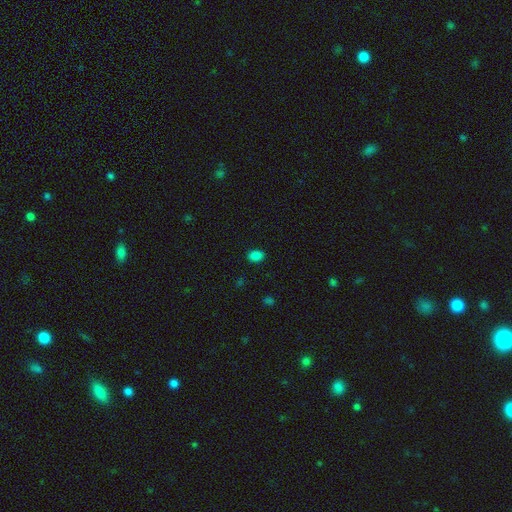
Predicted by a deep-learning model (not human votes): smooth_or_featured: smooth (p=0.85) [alt: star or artifact p=0.12]
how_rounded: in between (p=0.78) [alt: round p=0.20]
merging: none (p=0.88) [alt: minor disturbance p=0.08]